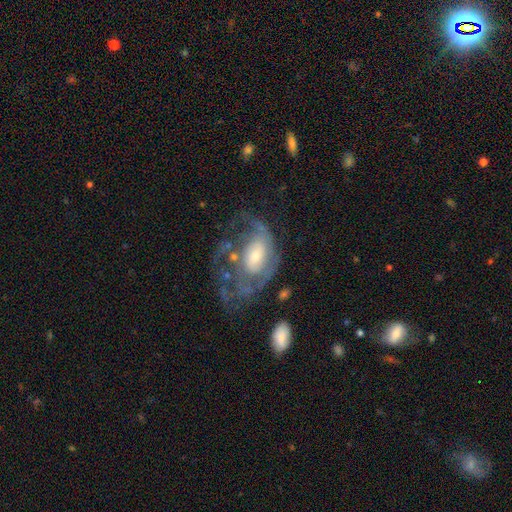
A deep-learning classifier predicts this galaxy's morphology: Smooth or featured? featured or disk (79%)
Edge-on disk? no (96%)
Bar? no (59%)
Spiral arms? yes (82%)
Spiral winding? medium (41%)
Spiral arm count? can't tell (36%)
Bulge size? moderate (44%)
Merging? major disturbance (39%)